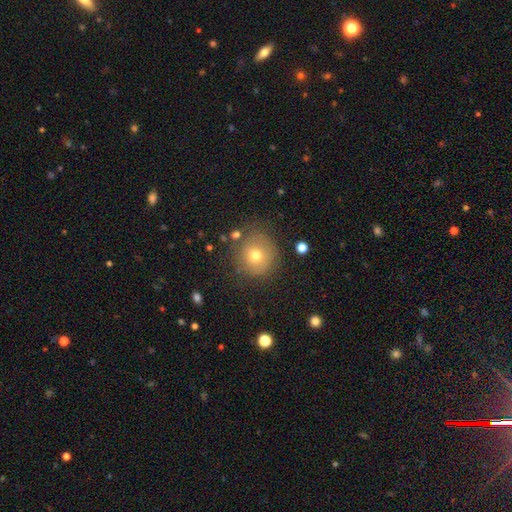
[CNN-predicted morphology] Smooth or featured: smooth — 70% (featured or disk — 16%)
How rounded: round — 91% (in between — 8%)
Merging: none — 76% (minor disturbance — 14%)